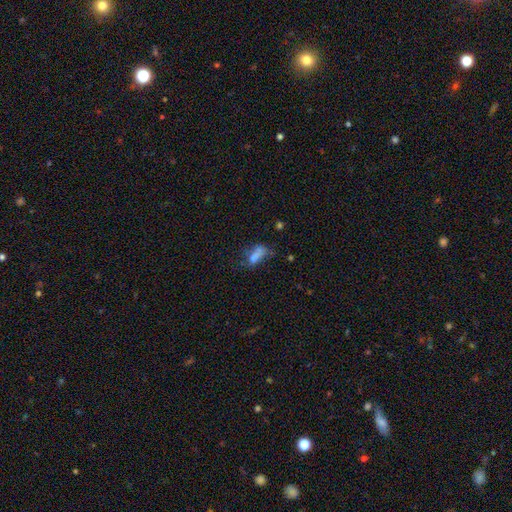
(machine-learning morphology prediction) type=smooth (65%); roundness=in between (71%); merging=none (31%, tied with major disturbance).